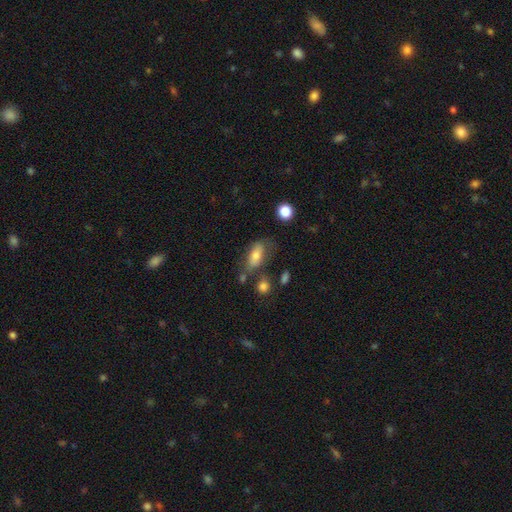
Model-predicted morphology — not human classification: The model was most divided on "merging": none: 52%, minor disturbance: 26%, major disturbance: 13%, merger: 9%. More confident: how rounded — in between (83%); smooth or featured — smooth (73%).